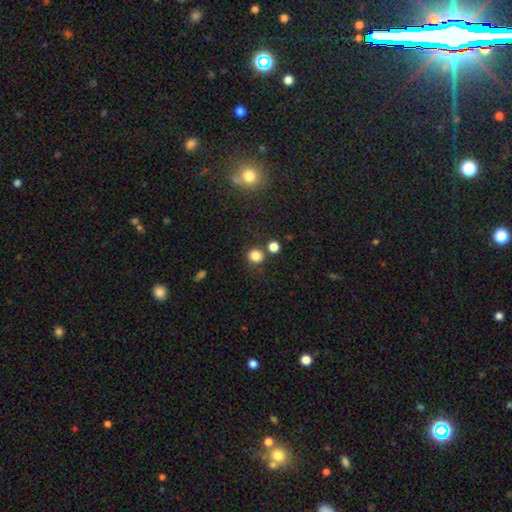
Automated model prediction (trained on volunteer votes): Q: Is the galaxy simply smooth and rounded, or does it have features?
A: smooth — 83%.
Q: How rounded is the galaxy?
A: round — 86%.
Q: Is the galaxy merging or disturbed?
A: none — 77%.